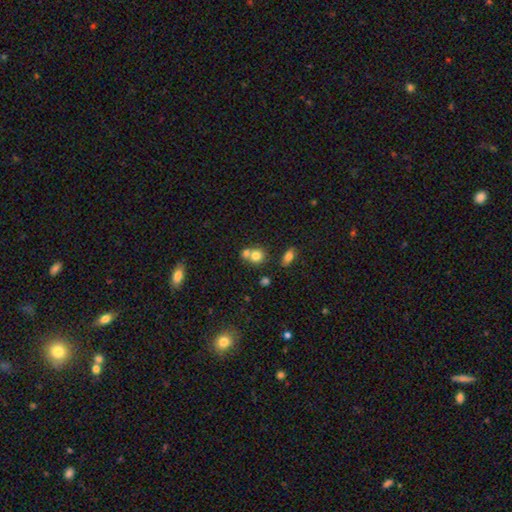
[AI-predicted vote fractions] A smooth galaxy with no disk features (77%) that is round (77%).

Vote fractions:
- Smooth or featured? smooth: 77% / featured or disk: 12% / star or artifact: 11%
- How rounded? round: 77% / in between: 22% / cigar-shaped: 1%
- Merging? merger: 48% / none: 41% / minor disturbance: 8% / major disturbance: 3%